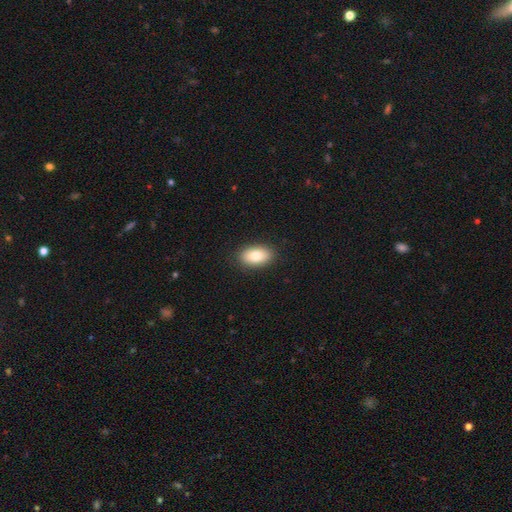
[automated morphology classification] type=smooth (82%); roundness=in between (91%); merging=none (89%).